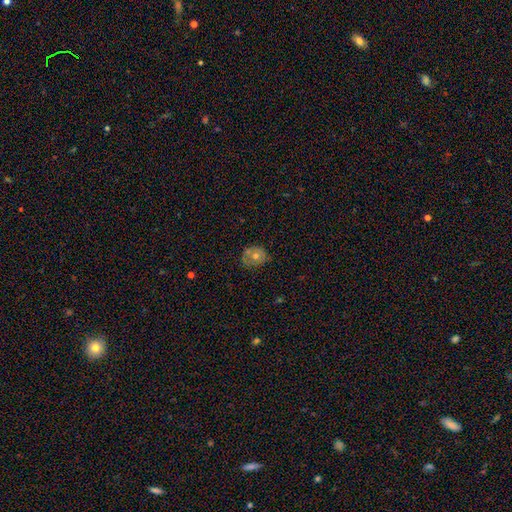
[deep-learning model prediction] Smooth or featured? smooth (49%)
Merging? none (69%)